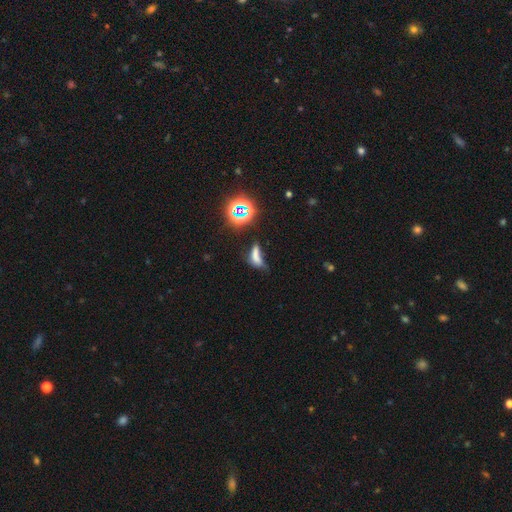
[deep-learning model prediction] Smooth or featured? Predicted: smooth (p=0.52). How rounded? Predicted: in between (p=0.58). Merging? Predicted: major disturbance (p=0.30).